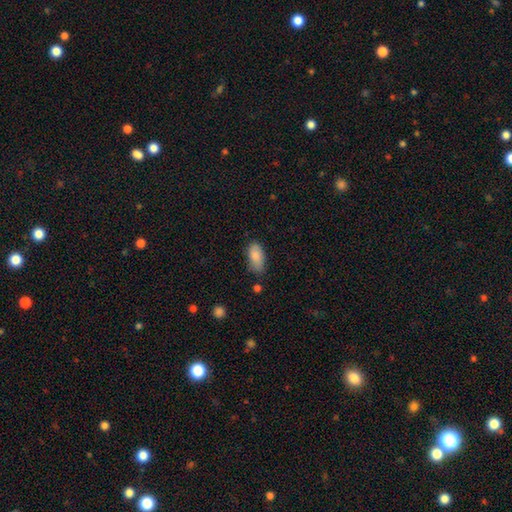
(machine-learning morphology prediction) This appears to be a smooth galaxy with no disk features (85%) that is in between round and cigar-shaped (92%). Merging: none (66%).